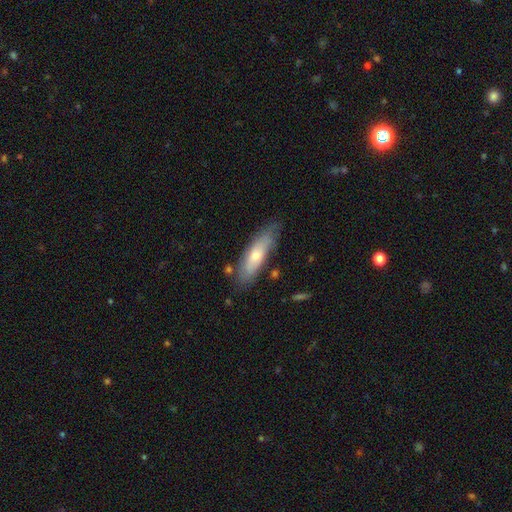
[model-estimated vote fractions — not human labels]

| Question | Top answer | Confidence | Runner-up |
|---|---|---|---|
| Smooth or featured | smooth | 58% | featured or disk (35%) |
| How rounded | cigar-shaped | 59% | in between (39%) |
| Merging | none | 73% | minor disturbance (20%) |